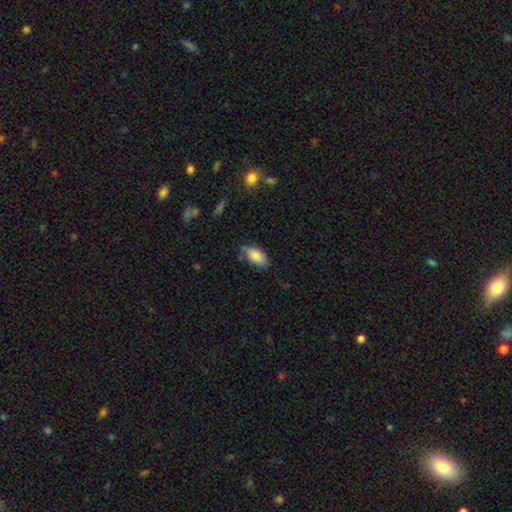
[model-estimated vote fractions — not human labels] smooth 84%, featured or disk 9%, star or artifact 7%. Down the decision tree: how rounded — in between (94%); merging — none (60%).